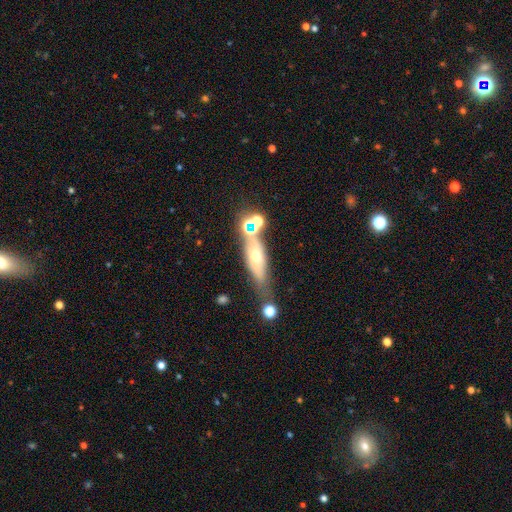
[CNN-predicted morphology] Smooth or featured? featured or disk (48%)
Merging? none (55%)